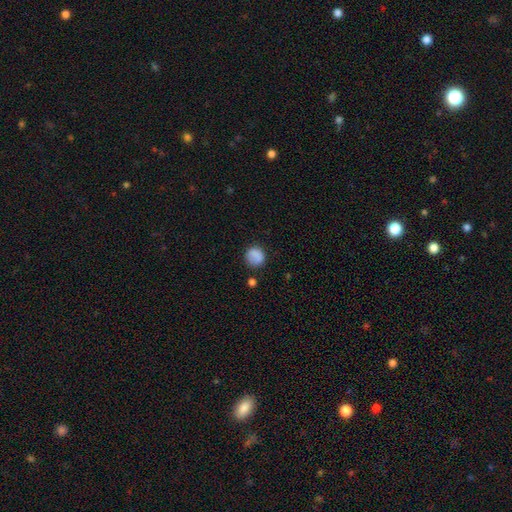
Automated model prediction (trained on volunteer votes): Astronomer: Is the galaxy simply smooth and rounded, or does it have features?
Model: smooth — 83%.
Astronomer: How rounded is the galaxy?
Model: round — 85%.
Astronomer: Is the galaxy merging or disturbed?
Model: none — 75%.